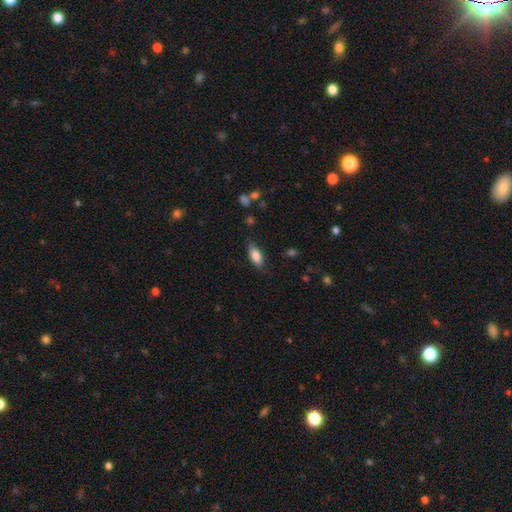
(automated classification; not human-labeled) Smooth or featured: smooth — 83% (featured or disk — 10%)
How rounded: in between — 82% (cigar-shaped — 16%)
Merging: none — 80% (minor disturbance — 15%)